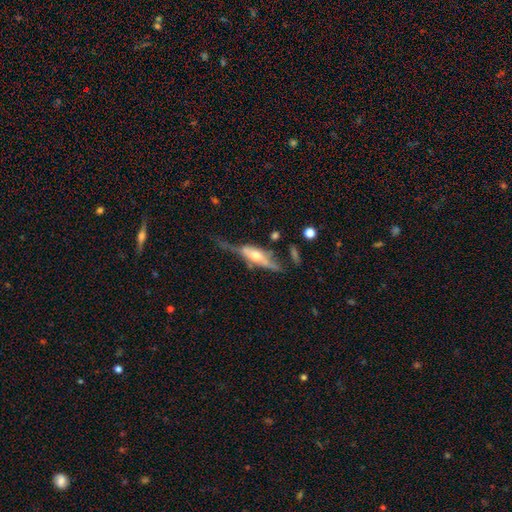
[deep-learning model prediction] Q: Smooth or featured?
A: featured or disk (66%); runner-up: smooth (27%)
Q: Edge-on disk?
A: yes (73%); runner-up: no (27%)
Q: Merging?
A: major disturbance (35%); runner-up: none (30%)